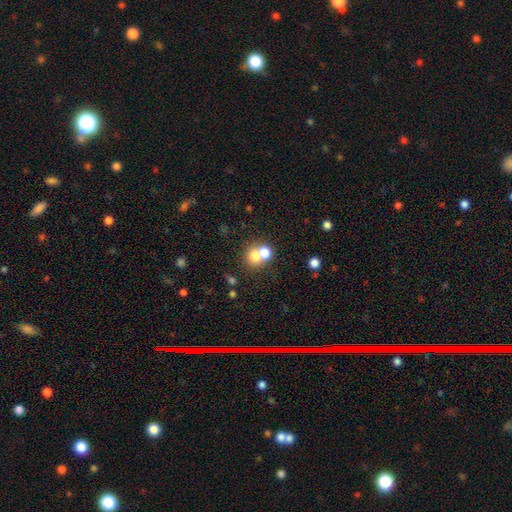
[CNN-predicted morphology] Overall: smooth (71%). How rounded: round (77%). Merging: merger (52%; none 39%).